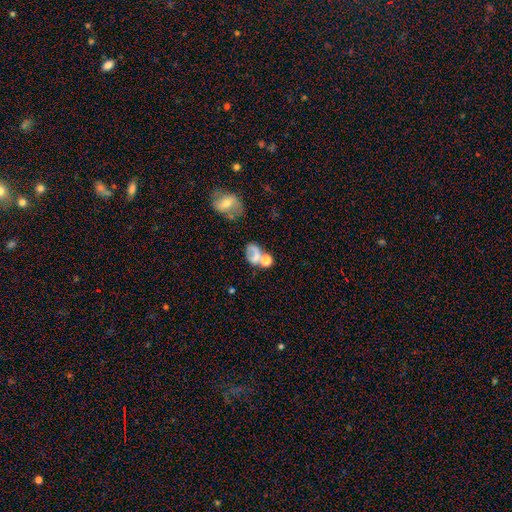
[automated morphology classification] This is possibly a smooth galaxy (57%). How rounded: likely in between (66%). Merging: marginally merger (33%).